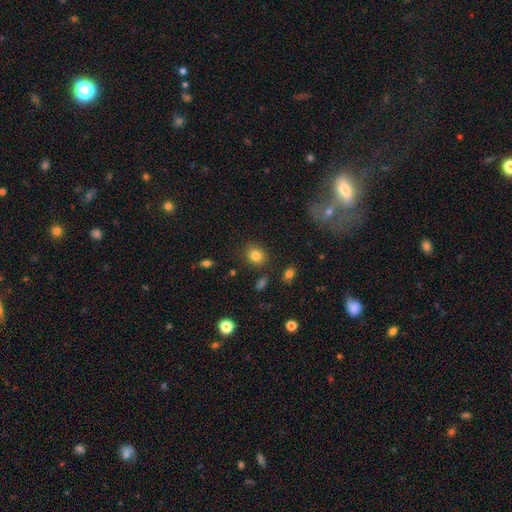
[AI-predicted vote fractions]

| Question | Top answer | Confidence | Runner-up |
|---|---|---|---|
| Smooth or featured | smooth | 82% | star or artifact (11%) |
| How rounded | round | 63% | in between (36%) |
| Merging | none | 83% | minor disturbance (11%) |